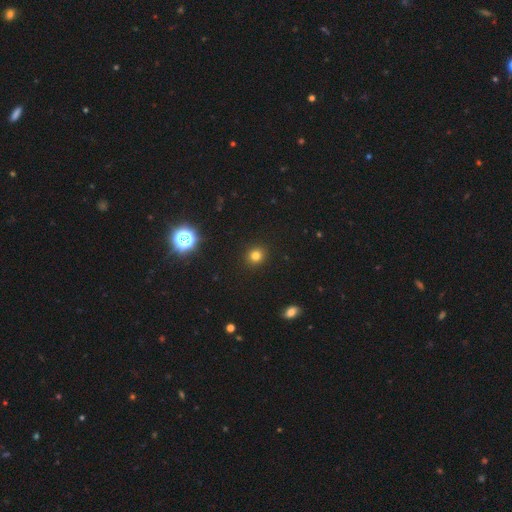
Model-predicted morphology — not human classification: A smooth galaxy with no disk features (79%) that is round (87%).

Vote fractions:
- Smooth or featured? smooth: 79% / star or artifact: 16% / featured or disk: 5%
- How rounded? round: 87% / in between: 12% / cigar-shaped: 1%
- Merging? none: 92% / minor disturbance: 5% / major disturbance: 2% / merger: 1%